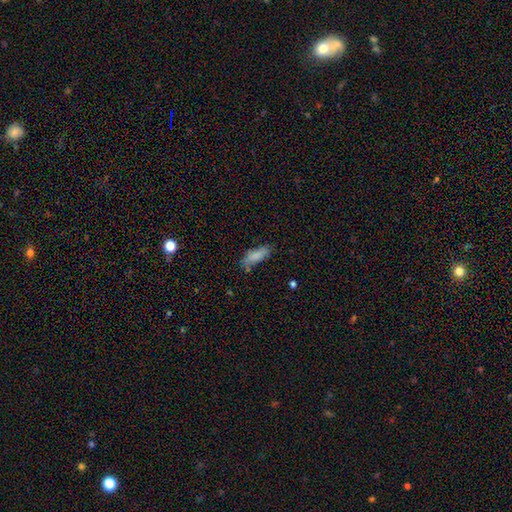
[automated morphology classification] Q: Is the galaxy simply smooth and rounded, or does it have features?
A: smooth — 83%.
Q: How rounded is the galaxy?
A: in between — 68%.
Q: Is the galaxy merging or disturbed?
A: none — 68%.